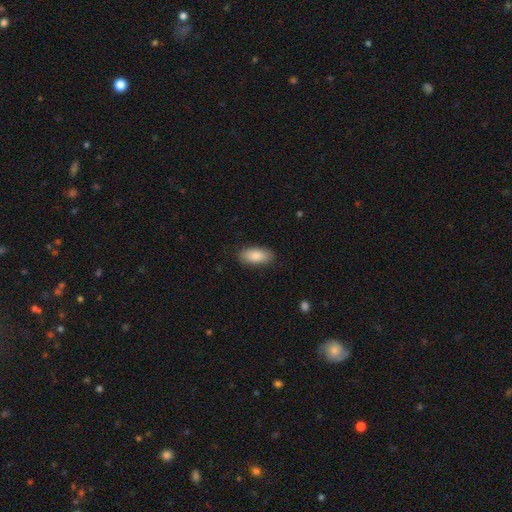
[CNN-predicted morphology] This is clearly a smooth galaxy (86%). How rounded: clearly in between (89%). Merging: clearly none (86%).